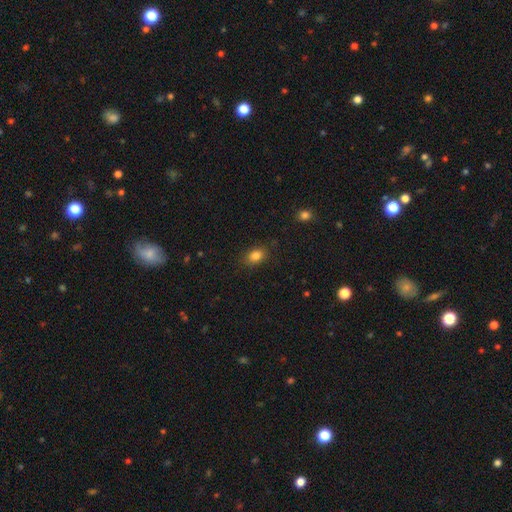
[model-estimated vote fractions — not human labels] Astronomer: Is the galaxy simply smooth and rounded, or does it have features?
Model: smooth — 84%.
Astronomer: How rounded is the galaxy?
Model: in between — 79%.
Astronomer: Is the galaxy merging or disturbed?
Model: none — 85%.